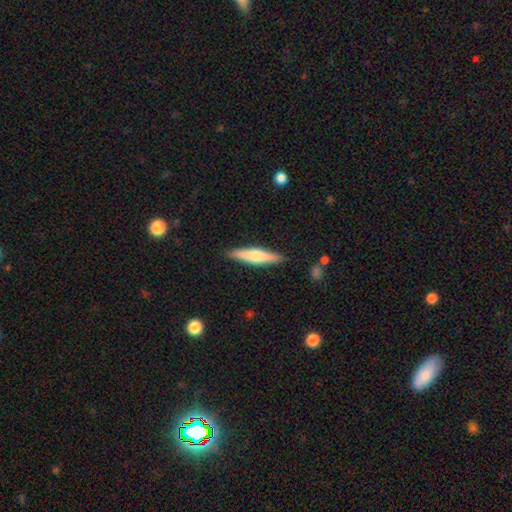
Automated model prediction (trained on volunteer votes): Q: Smooth or featured?
A: smooth (60%); runner-up: featured or disk (35%)
Q: How rounded?
A: cigar-shaped (82%); runner-up: in between (16%)
Q: Merging?
A: none (88%); runner-up: minor disturbance (9%)